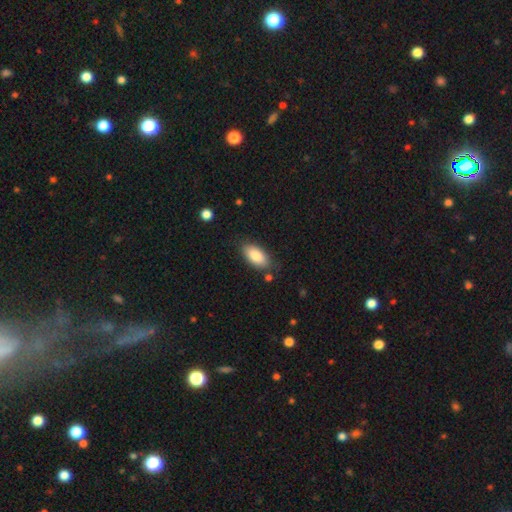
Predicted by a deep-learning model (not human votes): A smooth galaxy with no disk features (86%) that is in between round and cigar-shaped (91%).

Vote fractions:
- Smooth or featured? smooth: 86% / featured or disk: 8% / star or artifact: 6%
- How rounded? in between: 91% / cigar-shaped: 6% / round: 2%
- Merging? none: 80% / minor disturbance: 14% / major disturbance: 3% / merger: 3%